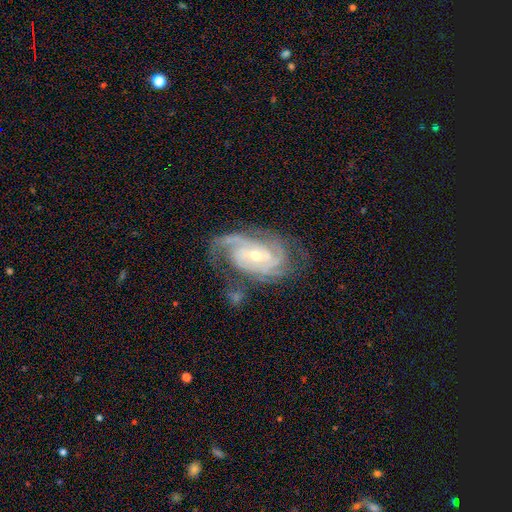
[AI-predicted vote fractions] Smooth or featured? featured or disk (90%)
Edge-on disk? no (96%)
Bar? no (49%)
Spiral arms? yes (98%)
Spiral winding? tight (62%)
Spiral arm count? 3 (35%)
Bulge size? small (55%)
Merging? none (66%)